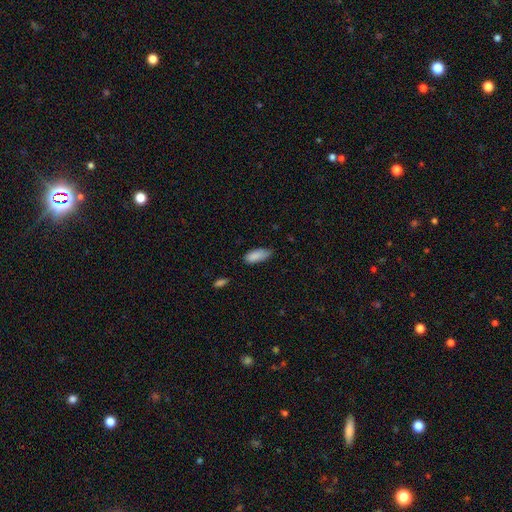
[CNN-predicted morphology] smooth 87%, star or artifact 7%, featured or disk 6%. Down the decision tree: how rounded — in between (81%); merging — none (60%).